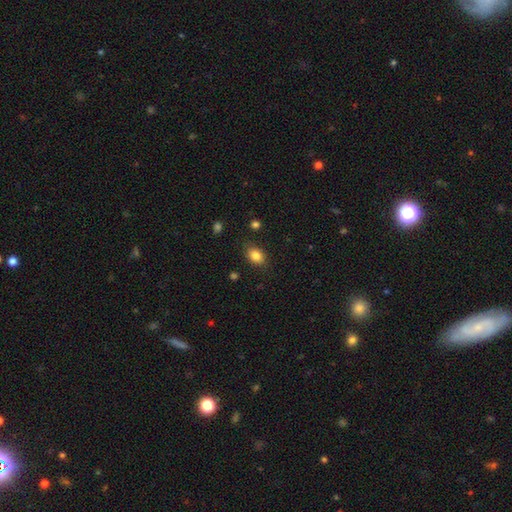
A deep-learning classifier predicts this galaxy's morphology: smooth-or-featured: smooth: 84% | star or artifact: 10% | featured or disk: 6%
  how-rounded: in between: 73% | round: 26% | cigar-shaped: 1%
  merging: none: 82% | minor disturbance: 13% | major disturbance: 3% | merger: 2%